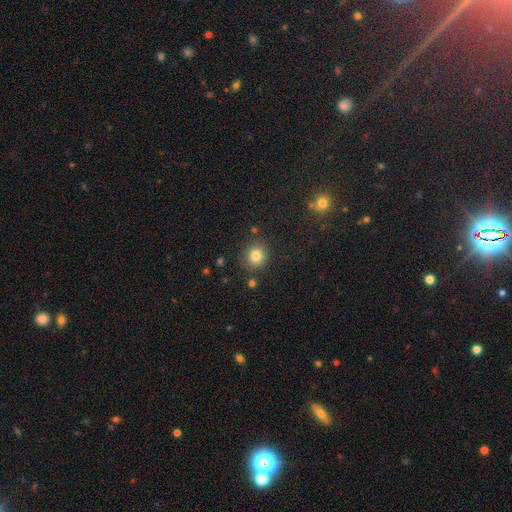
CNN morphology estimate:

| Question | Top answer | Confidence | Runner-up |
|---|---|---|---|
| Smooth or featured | smooth | 82% | star or artifact (12%) |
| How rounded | round | 84% | in between (15%) |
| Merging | none | 85% | minor disturbance (9%) |